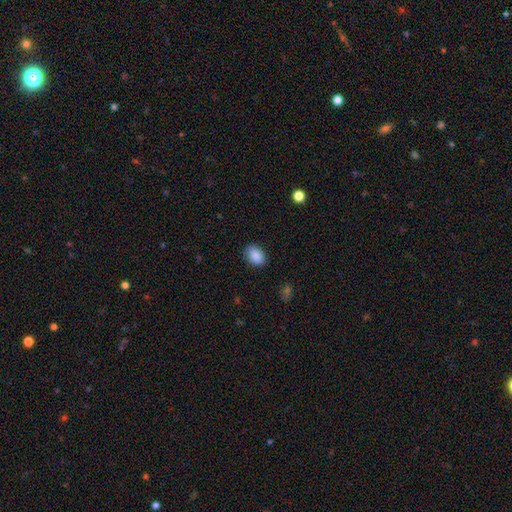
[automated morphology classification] Q: Smooth or featured?
A: smooth (89%); runner-up: star or artifact (7%)
Q: How rounded?
A: in between (77%); runner-up: round (22%)
Q: Merging?
A: none (85%); runner-up: minor disturbance (12%)